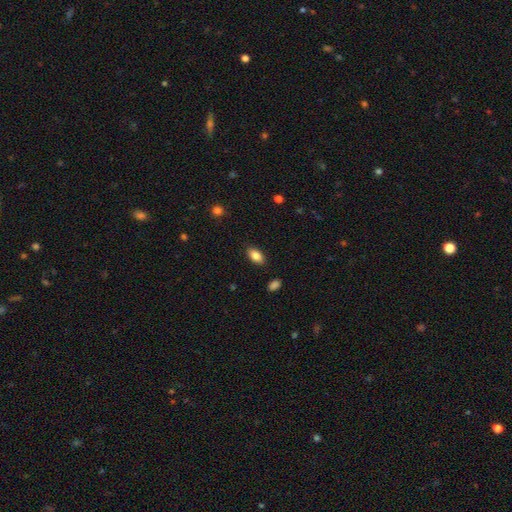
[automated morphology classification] A smooth galaxy with no disk features (86%) that is in between round and cigar-shaped (92%).

Vote fractions:
- Smooth or featured? smooth: 86% / star or artifact: 8% / featured or disk: 6%
- How rounded? in between: 92% / round: 6% / cigar-shaped: 3%
- Merging? none: 88% / minor disturbance: 9% / major disturbance: 2% / merger: 1%